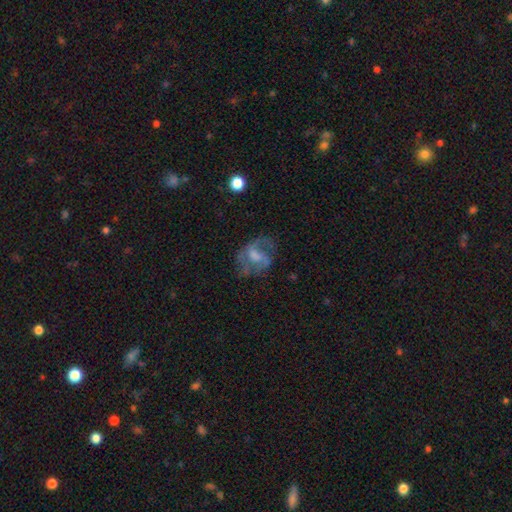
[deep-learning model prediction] Smooth or featured?
  - featured or disk: 67% *
  - smooth: 23%
  - star or artifact: 10%
Edge-on disk?
  - no: 97% *
  - yes: 3%
Bar?
  - weak: 47% *
  - no: 37%
  - strong: 16%
Spiral arms?
  - yes: 75% *
  - no: 25%
Bulge size?
  - moderate: 36% *
  - none: 28%
  - small: 25%
  - large: 10%
  - dominant: 1%
Merging?
  - none: 52% *
  - major disturbance: 25%
  - minor disturbance: 20%
  - merger: 2%